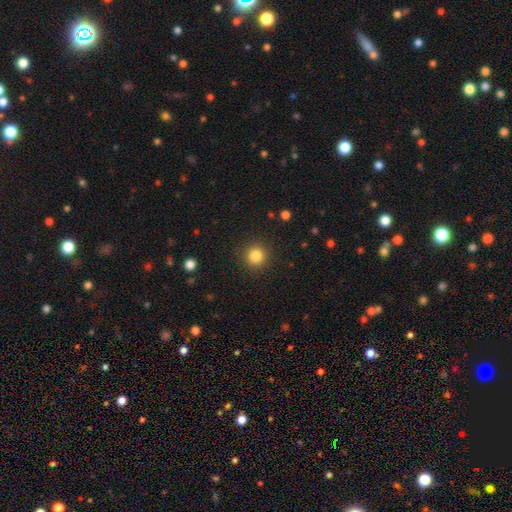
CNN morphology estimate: type=smooth (84%); roundness=round (94%); merging=none (90%).